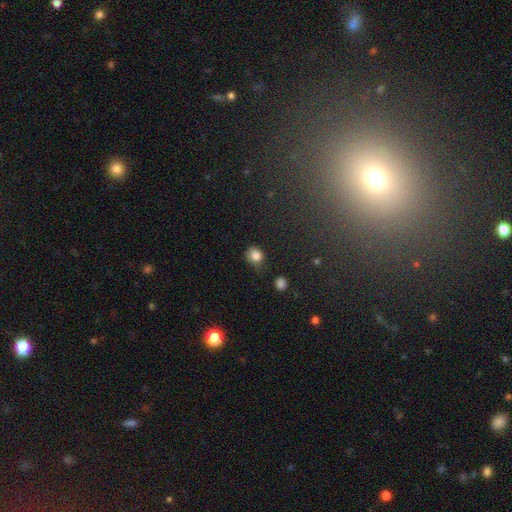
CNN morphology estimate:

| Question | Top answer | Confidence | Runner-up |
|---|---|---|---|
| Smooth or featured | smooth | 83% | star or artifact (10%) |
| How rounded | round | 68% | in between (31%) |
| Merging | none | 56% | minor disturbance (32%) |